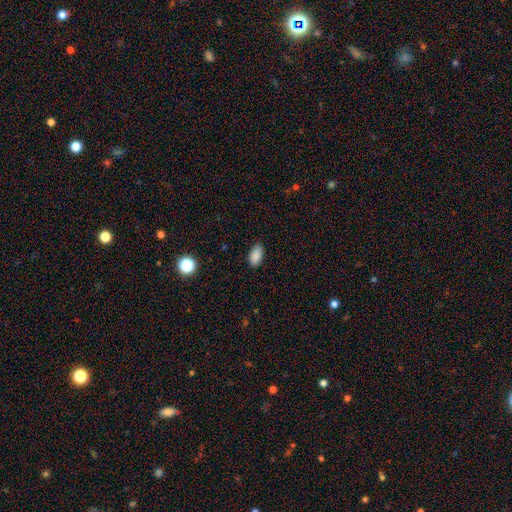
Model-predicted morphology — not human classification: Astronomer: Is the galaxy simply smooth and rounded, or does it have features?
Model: smooth — 87%.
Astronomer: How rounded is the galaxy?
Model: in between — 92%.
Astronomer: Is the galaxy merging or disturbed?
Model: none — 84%.